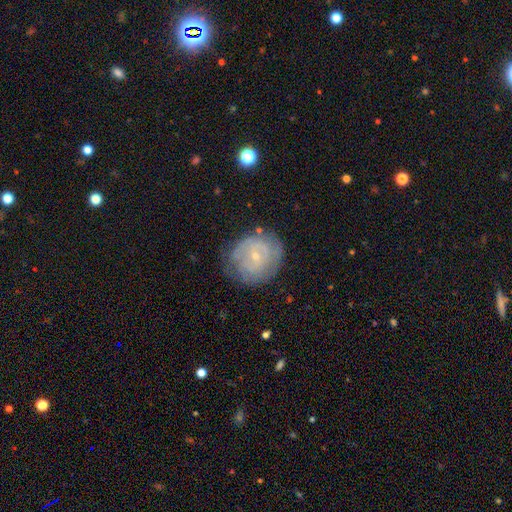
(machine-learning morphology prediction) featured or disk 63%, smooth 30%, star or artifact 7%. Down the decision tree: edge-on disk — no (97%); bar — no (72%); spiral arms — yes (67%); bulge size — small (78%); merging — none (68%).